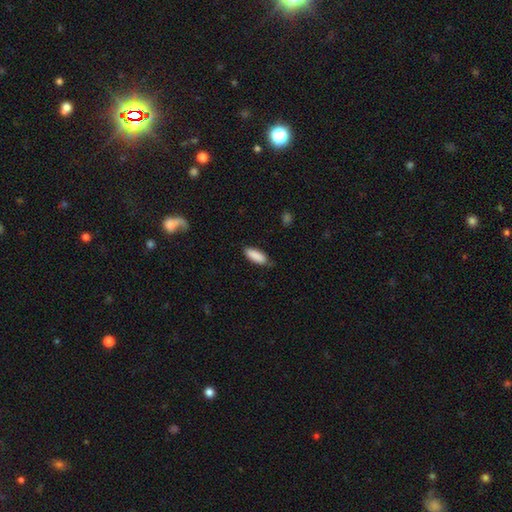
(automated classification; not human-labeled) Smooth or featured? smooth (89%)
How rounded? in between (70%)
Merging? none (79%)